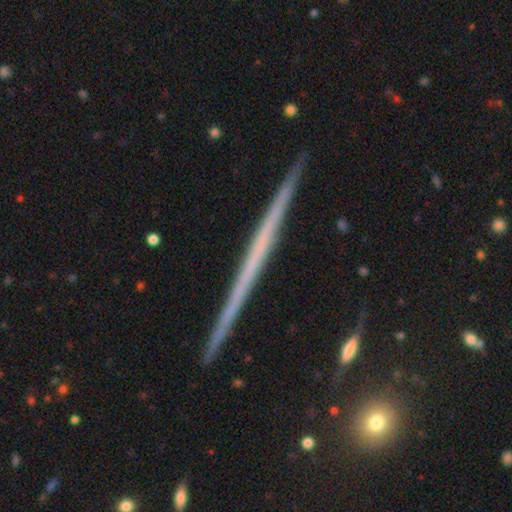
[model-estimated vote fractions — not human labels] Smooth or featured?
  - featured or disk: 70% *
  - smooth: 23%
  - star or artifact: 7%
Edge-on disk?
  - yes: 98% *
  - no: 2%
Edge-on bulge?
  - none: 93% *
  - rounded: 4%
  - boxy: 3%
Merging?
  - none: 92% *
  - minor disturbance: 6%
  - major disturbance: 1%
  - merger: 1%